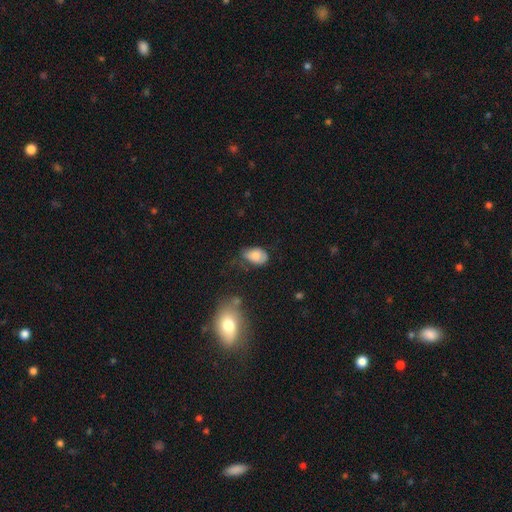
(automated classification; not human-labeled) Morphology: type=smooth (79%); roundness=in between (87%); merging=none (45%).